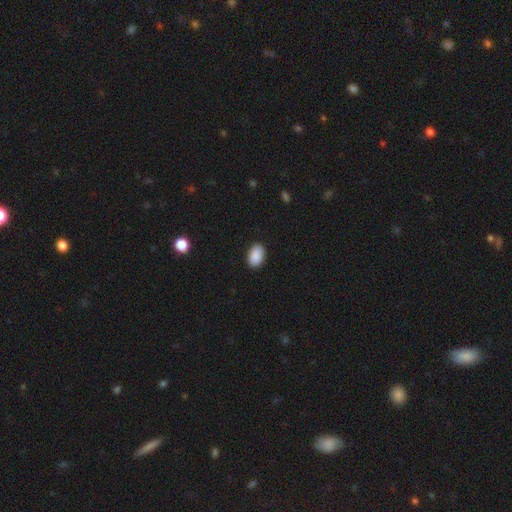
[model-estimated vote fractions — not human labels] Overall: smooth (90%). How rounded: in between (90%). Merging: none (90%).